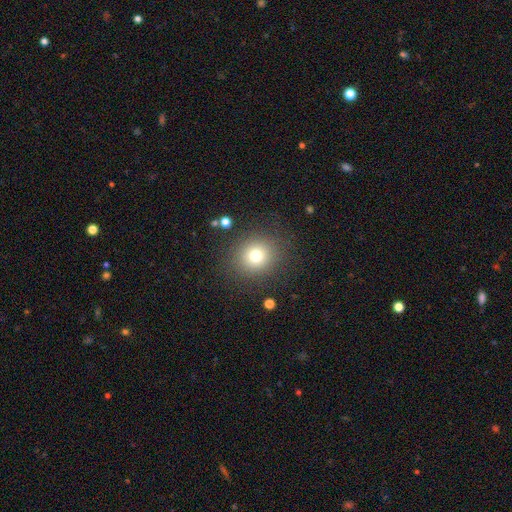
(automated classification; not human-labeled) This is likely a smooth galaxy (75%). How rounded: clearly round (87%). Merging: clearly none (86%).